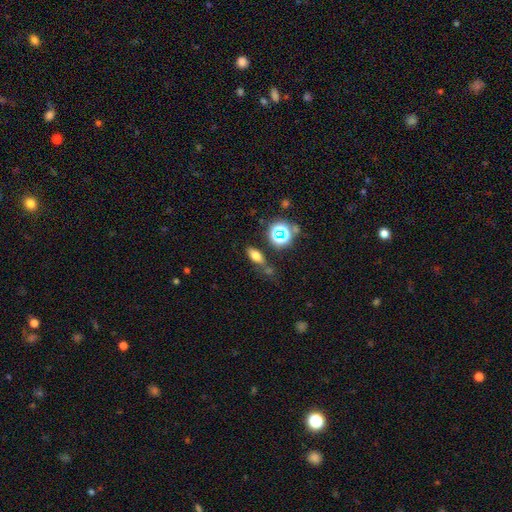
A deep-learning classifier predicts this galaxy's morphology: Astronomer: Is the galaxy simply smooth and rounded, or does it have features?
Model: smooth — 66%.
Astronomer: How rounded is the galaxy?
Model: in between — 73%.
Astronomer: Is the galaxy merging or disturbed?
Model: none — 68%.